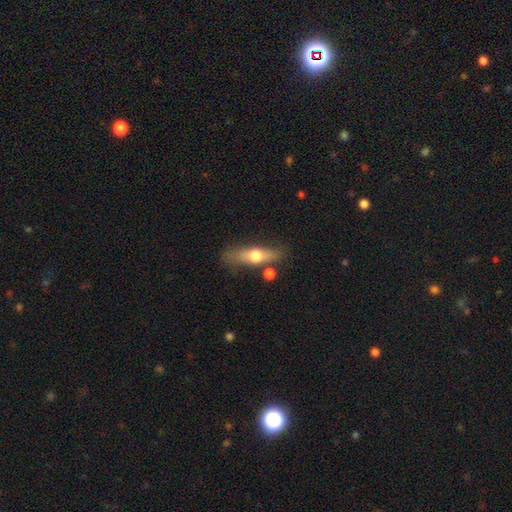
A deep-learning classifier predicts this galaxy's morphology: Smooth or featured?
  - smooth: 49% *
  - featured or disk: 44%
  - star or artifact: 7%
Merging?
  - none: 69% *
  - minor disturbance: 17%
  - merger: 9%
  - major disturbance: 6%